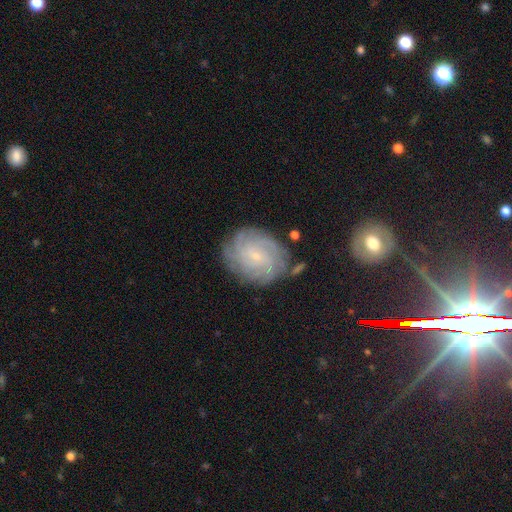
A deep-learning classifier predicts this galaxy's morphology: The model was most divided on "spiral arm count": can't tell: 31%, 4: 27%, more than 4: 16%, 3: 11%, 2: 8%, 1: 7%. More confident: edge-on disk — no (97%); spiral arms — yes (96%); bulge size — small (82%); smooth or featured — featured or disk (79%); merging — none (77%); spiral winding — tight (69%); bar — no (58%).